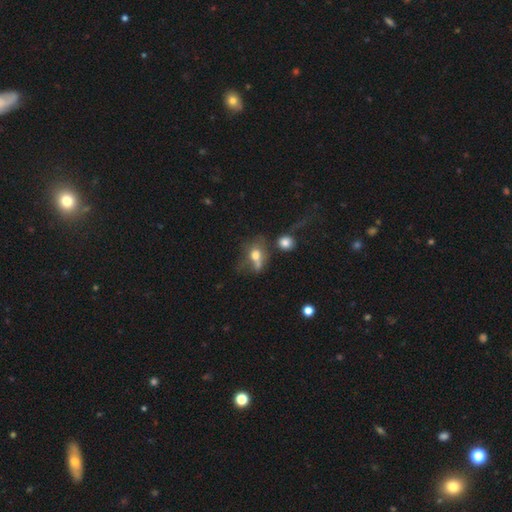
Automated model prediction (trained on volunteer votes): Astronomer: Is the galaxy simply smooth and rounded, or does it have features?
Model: smooth — 61%.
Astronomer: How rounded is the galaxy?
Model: in between — 59% (runner-up: round, 37%).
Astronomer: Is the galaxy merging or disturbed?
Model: none — 29% (runner-up: merger, 28%).